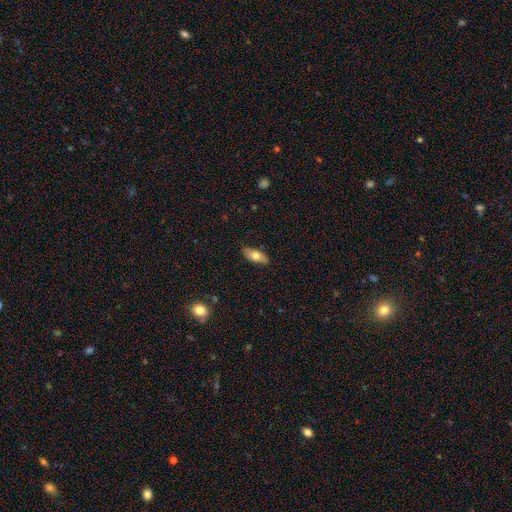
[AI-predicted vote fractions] A smooth galaxy with no disk features (66%) that is in between round and cigar-shaped (80%). Merging: none (84%).